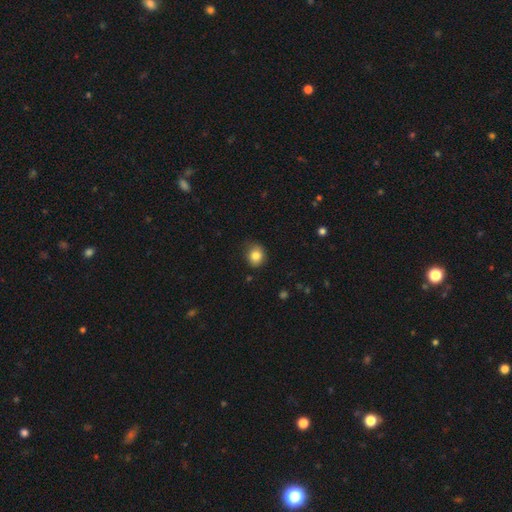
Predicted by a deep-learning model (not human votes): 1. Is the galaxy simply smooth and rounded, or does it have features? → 83% smooth, 10% star or artifact, 7% featured or disk.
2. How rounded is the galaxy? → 73% round, 26% in between, 1% cigar-shaped.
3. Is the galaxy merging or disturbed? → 76% none, 19% minor disturbance, 3% major disturbance, 1% merger.